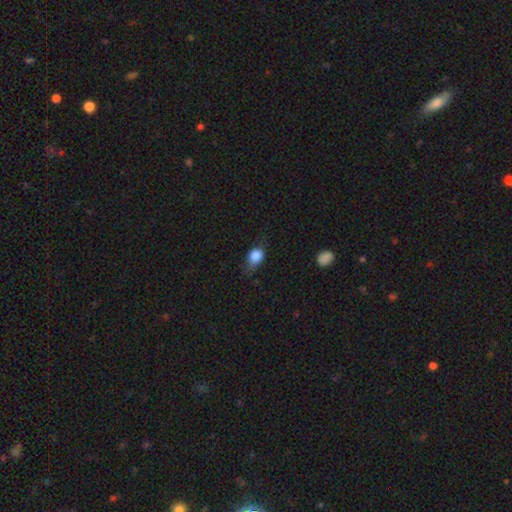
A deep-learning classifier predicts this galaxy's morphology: A smooth galaxy with no disk features (82%) that is round (50%).

Vote fractions:
- Smooth or featured? smooth: 82% / featured or disk: 9% / star or artifact: 9%
- How rounded? round: 50% / in between: 48% / cigar-shaped: 2%
- Merging? minor disturbance: 41% / none: 40% / major disturbance: 17% / merger: 2%